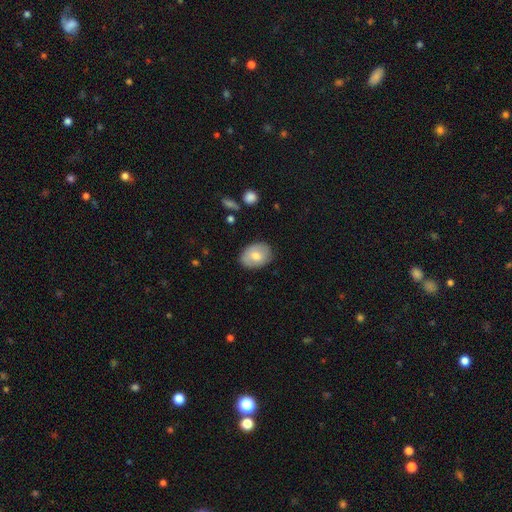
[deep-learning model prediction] smooth-or-featured: smooth: 70% | featured or disk: 24% | star or artifact: 7%
  how-rounded: in between: 68% | round: 31% | cigar-shaped: 1%
  merging: none: 83% | minor disturbance: 14% | major disturbance: 3% | merger: 1%